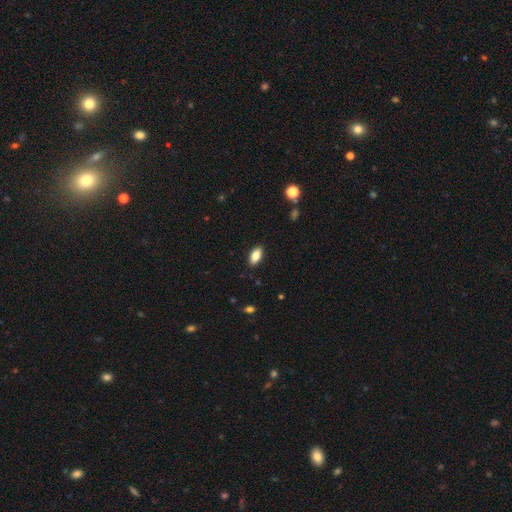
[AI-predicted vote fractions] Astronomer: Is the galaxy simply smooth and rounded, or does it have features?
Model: smooth — 85%.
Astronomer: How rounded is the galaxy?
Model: in between — 91%.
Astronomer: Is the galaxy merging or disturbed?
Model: none — 89%.